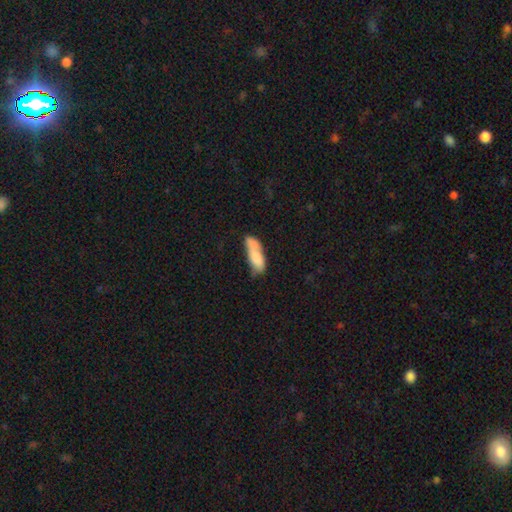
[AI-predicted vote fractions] Overall: smooth (74%). How rounded: in between (65%; cigar-shaped 32%). Merging: none (35%; merger 29%).